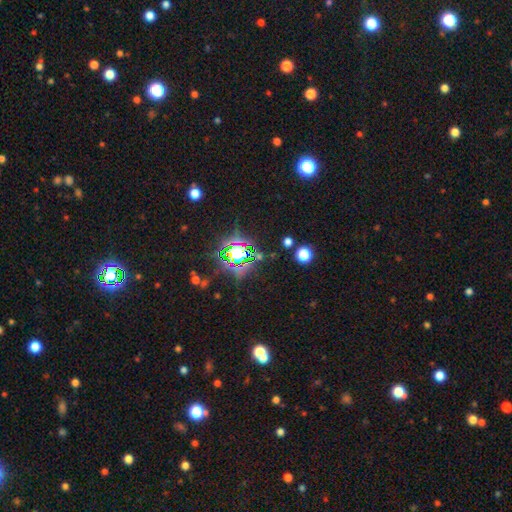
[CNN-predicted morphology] A star or artifact, not a galaxy (79%).